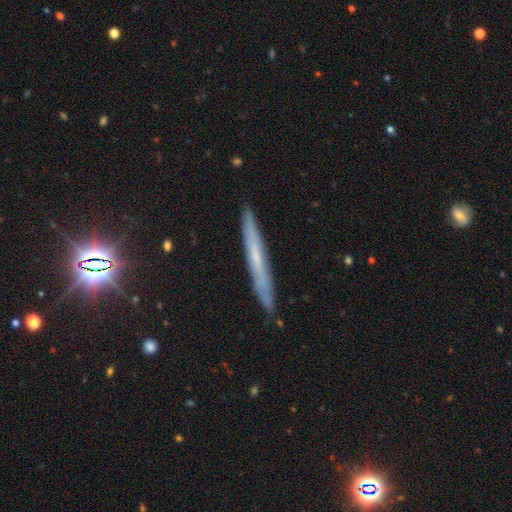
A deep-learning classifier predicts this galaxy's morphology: Q: Smooth or featured?
A: featured or disk (50%); runner-up: smooth (41%)
Q: Merging?
A: none (88%); runner-up: minor disturbance (9%)